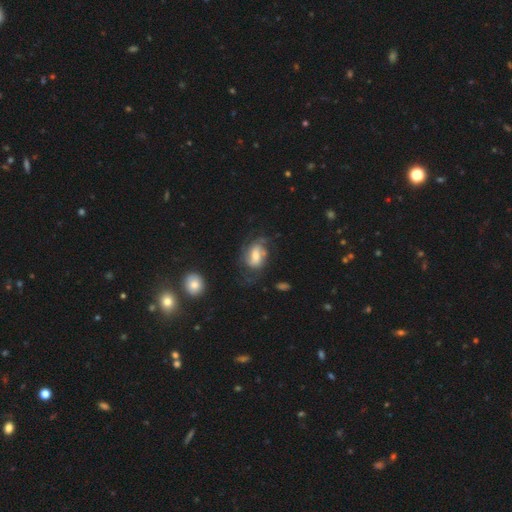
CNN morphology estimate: Smooth or featured: featured or disk — 65% (smooth — 27%)
Edge-on disk: no — 97% (yes — 3%)
Bar: weak — 48% (no — 34%)
Spiral arms: yes — 86% (no — 14%)
Spiral winding: medium — 43% (tight — 34%)
Spiral arm count: 2 — 40% (can't tell — 30%)
Bulge size: moderate — 45% (small — 25%)
Merging: none — 50% (major disturbance — 25%)